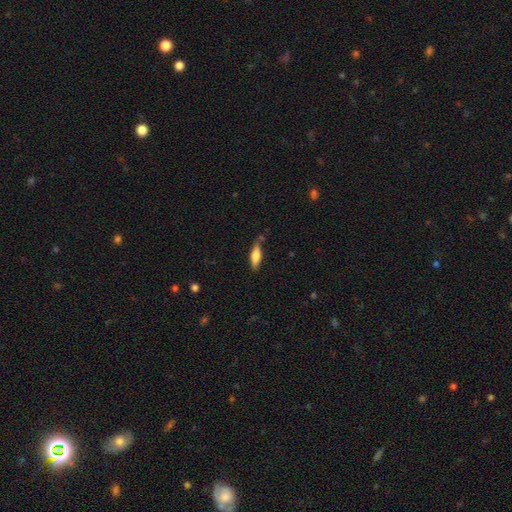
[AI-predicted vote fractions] smooth 70%, featured or disk 24%, star or artifact 6%. Down the decision tree: how rounded — cigar-shaped (52%); merging — none (73%).